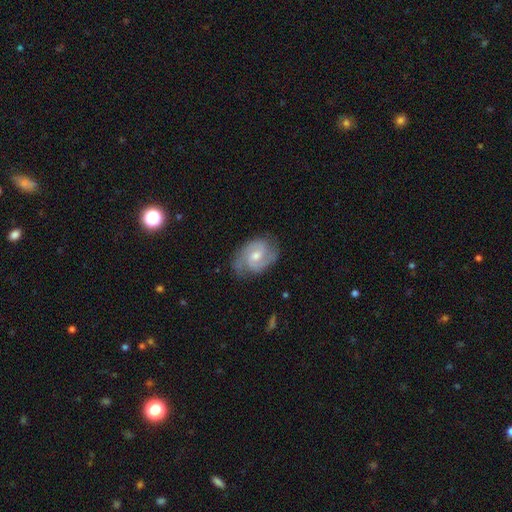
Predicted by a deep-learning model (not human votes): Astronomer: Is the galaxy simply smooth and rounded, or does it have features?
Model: featured or disk — 85%.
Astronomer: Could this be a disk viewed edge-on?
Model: no — 97%.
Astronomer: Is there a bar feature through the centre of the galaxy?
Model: weak — 47% (runner-up: no, 44%).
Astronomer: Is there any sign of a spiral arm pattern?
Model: yes — 96%.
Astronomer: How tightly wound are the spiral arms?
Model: medium — 46% (runner-up: tight, 44%).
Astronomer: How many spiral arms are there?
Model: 2 — 78%.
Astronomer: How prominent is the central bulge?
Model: moderate — 63%.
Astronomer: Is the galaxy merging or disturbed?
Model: none — 75%.